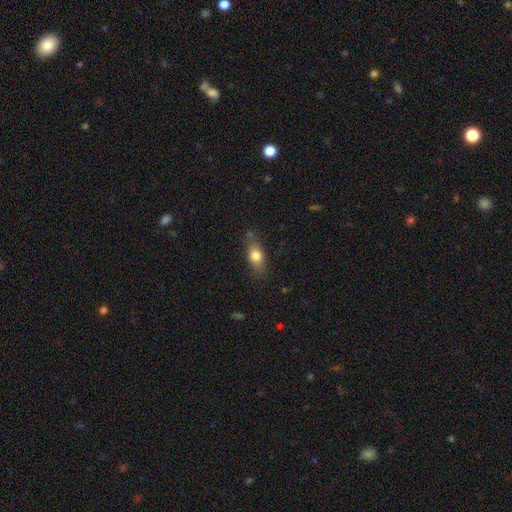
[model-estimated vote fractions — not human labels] smooth-or-featured: smooth: 77% | featured or disk: 15% | star or artifact: 8%
  how-rounded: in between: 77% | round: 12% | cigar-shaped: 11%
  merging: none: 73% | minor disturbance: 18% | major disturbance: 5% | merger: 4%